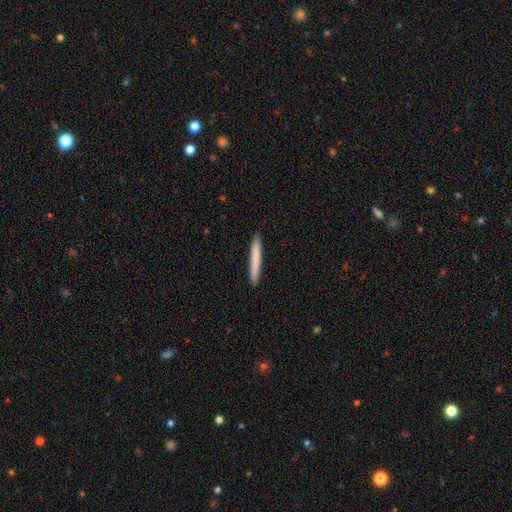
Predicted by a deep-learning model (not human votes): Morphology: type=smooth (75%); roundness=cigar-shaped (97%); merging=none (92%).